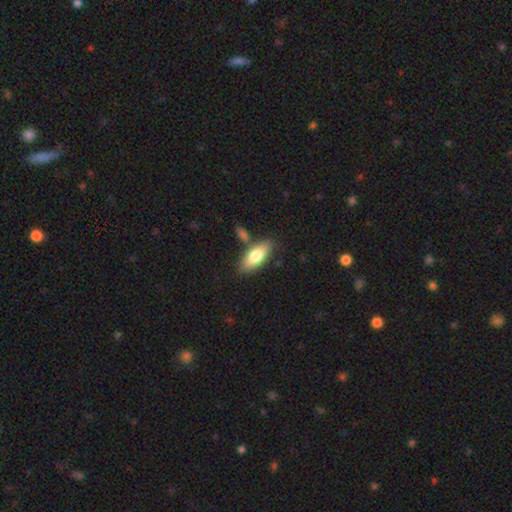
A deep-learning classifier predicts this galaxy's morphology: Overall: smooth (75%). How rounded: in between (80%). Merging: none (72%).